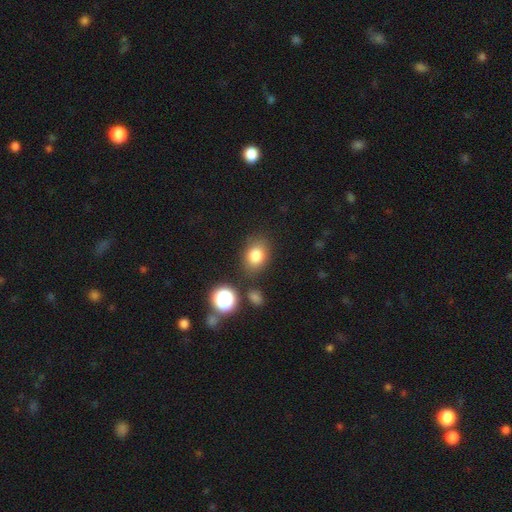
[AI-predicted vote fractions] This appears to be a smooth galaxy with no disk features (81%) that is in between round and cigar-shaped (59%). Merging: none (78%).